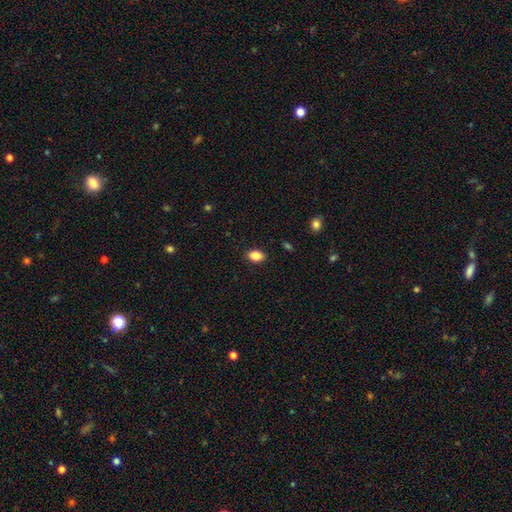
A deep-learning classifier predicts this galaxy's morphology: type=smooth (85%); roundness=in between (84%); merging=none (89%).